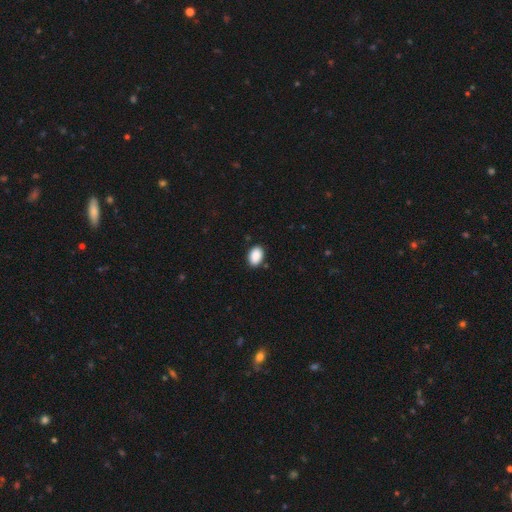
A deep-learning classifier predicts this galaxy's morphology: A smooth galaxy with no disk features (90%) that is in between round and cigar-shaped (86%).

Vote fractions:
- Smooth or featured? smooth: 90% / star or artifact: 7% / featured or disk: 3%
- How rounded? in between: 86% / round: 13% / cigar-shaped: 1%
- Merging? none: 87% / minor disturbance: 10% / major disturbance: 2% / merger: 1%